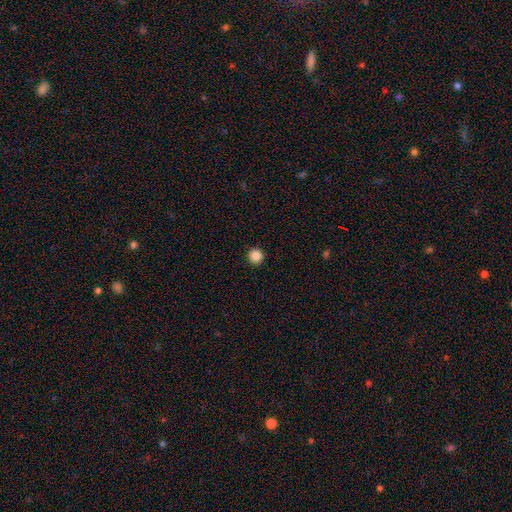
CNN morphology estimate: type=smooth (87%); roundness=round (96%); merging=none (93%).